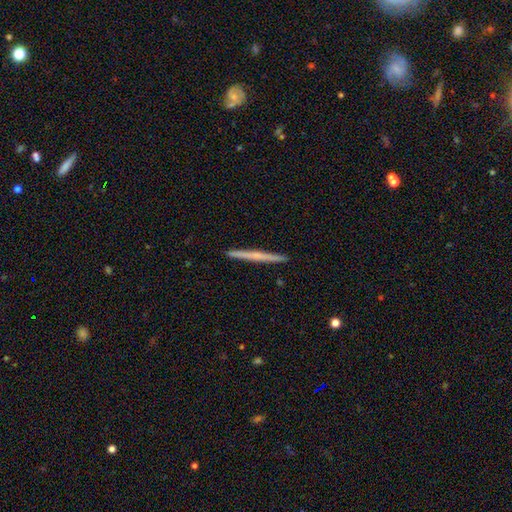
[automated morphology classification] Overall: featured or disk (49%; smooth 46%). Merging: none (93%).